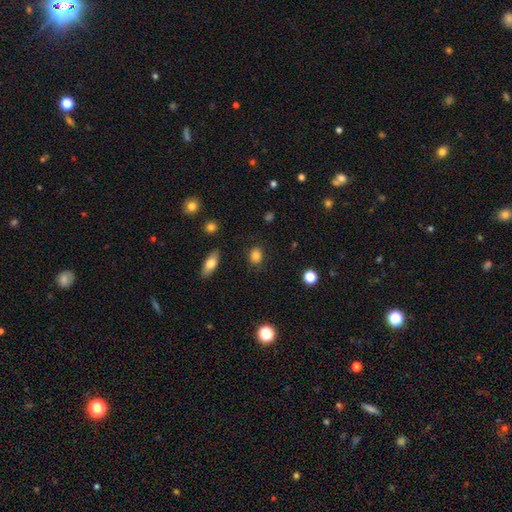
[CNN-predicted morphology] type=smooth (83%); roundness=in between (50%); merging=none (85%).